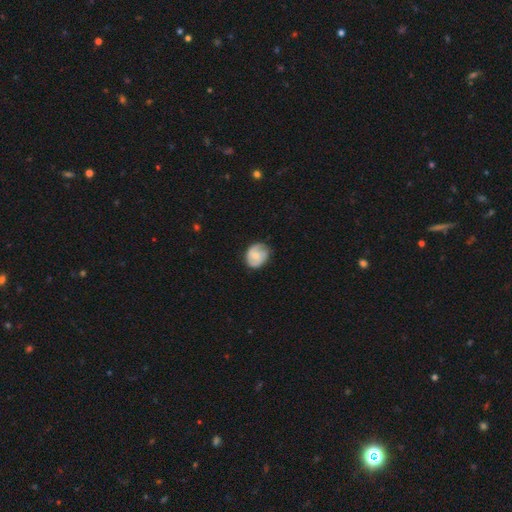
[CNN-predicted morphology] Q: Smooth or featured?
A: featured or disk (48%); runner-up: smooth (45%)
Q: Merging?
A: none (70%); runner-up: minor disturbance (24%)